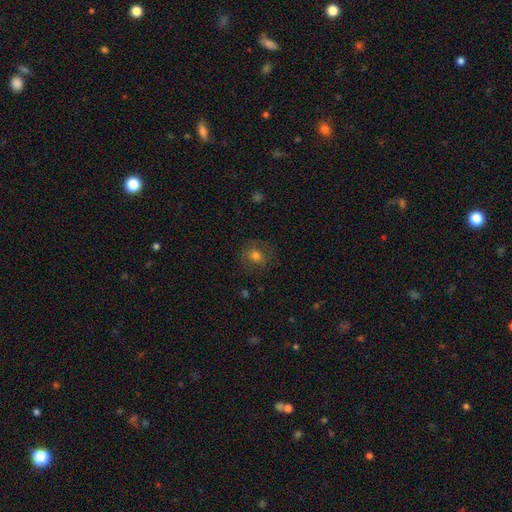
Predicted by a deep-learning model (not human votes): Smooth or featured: smooth — 67% (featured or disk — 20%)
How rounded: round — 76% (in between — 23%)
Merging: none — 76% (minor disturbance — 15%)